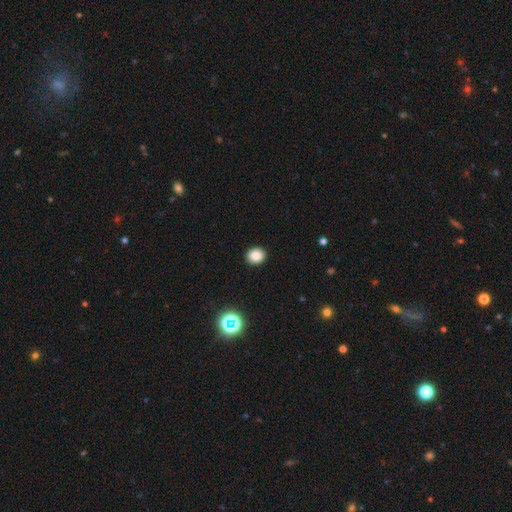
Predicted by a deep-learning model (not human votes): Smooth or featured? Predicted: smooth (p=0.84). How rounded? Predicted: round (p=0.71). Merging? Predicted: none (p=0.92).